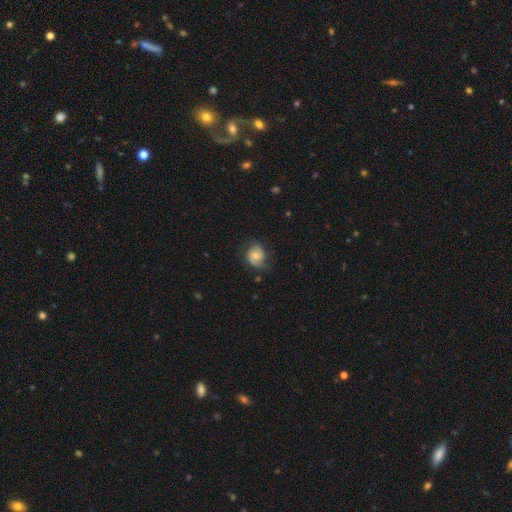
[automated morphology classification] This is likely a featured or disk galaxy (66%). It is clearly not viewed edge-on (98%). Bar: likely no (65%). Spiral arm pattern: clearly yes (93%). Spiral arm count: clearly 2 (85%). Spiral winding: possibly medium (46%). Central bulge: possibly small (45%). Merging: likely none (69%).